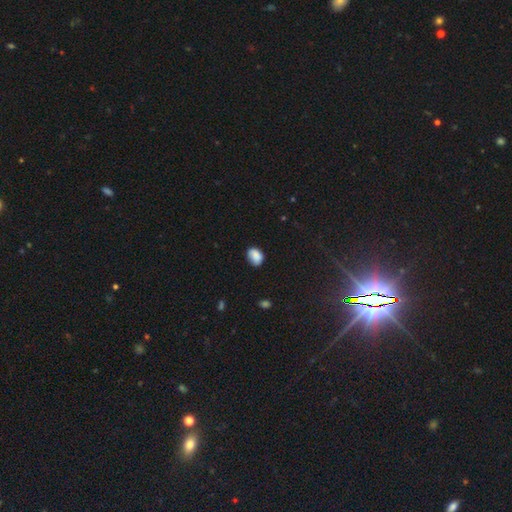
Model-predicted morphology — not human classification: Smooth or featured?
  - smooth: 84% *
  - star or artifact: 9%
  - featured or disk: 7%
How rounded?
  - in between: 73% *
  - round: 26%
  - cigar-shaped: 1%
Merging?
  - none: 70% *
  - minor disturbance: 24%
  - major disturbance: 4%
  - merger: 2%